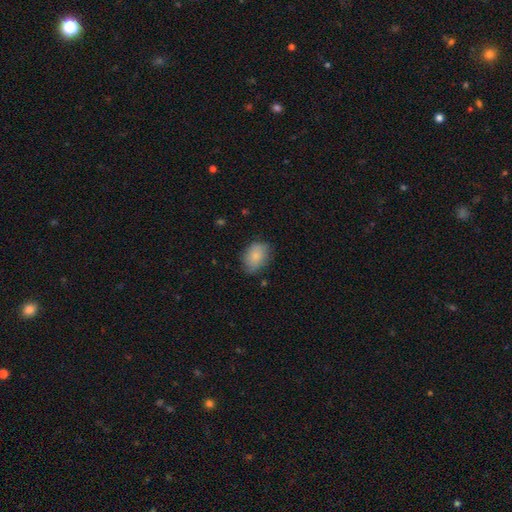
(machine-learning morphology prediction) type=smooth (85%); roundness=in between (79%); merging=none (75%).